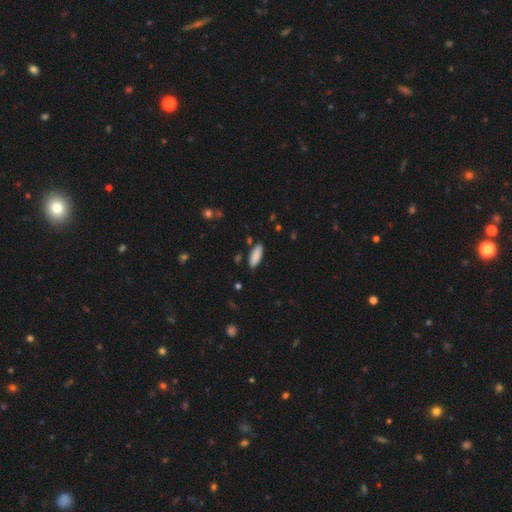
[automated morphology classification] This appears to be a smooth galaxy with no disk features (88%) that is in between round and cigar-shaped (71%). Merging: none (86%).